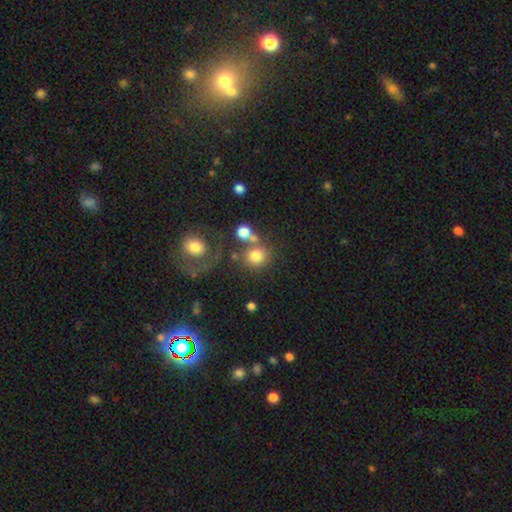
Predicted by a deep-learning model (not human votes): A smooth galaxy with no disk features (75%) that is round (81%). Merging: none (53%).